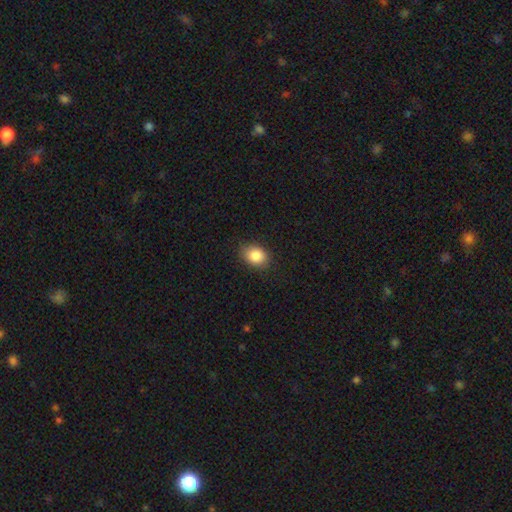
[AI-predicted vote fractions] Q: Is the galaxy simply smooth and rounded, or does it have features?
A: smooth — 86%.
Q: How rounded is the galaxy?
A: in between — 61%.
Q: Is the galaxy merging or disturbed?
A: none — 83%.